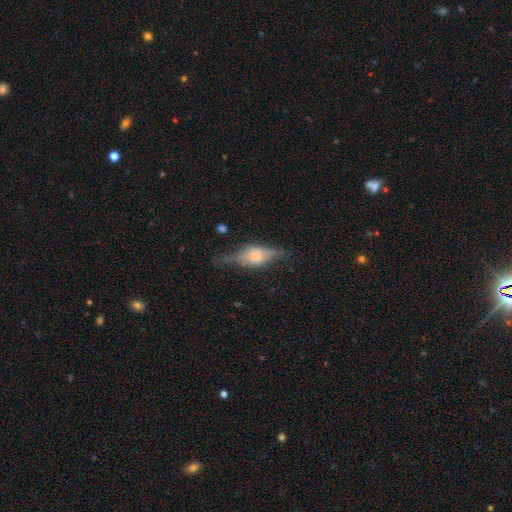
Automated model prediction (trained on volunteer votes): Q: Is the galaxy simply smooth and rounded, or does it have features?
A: featured or disk — 64%.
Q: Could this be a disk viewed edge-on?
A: yes — 91%.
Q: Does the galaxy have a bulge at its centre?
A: rounded — 83%.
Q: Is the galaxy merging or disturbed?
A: none — 66%.